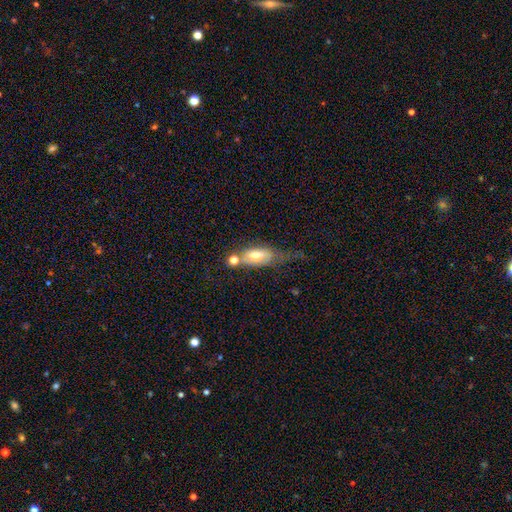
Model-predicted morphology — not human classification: A smooth galaxy with no disk features (53%) that is in between round and cigar-shaped (79%).

Vote fractions:
- Smooth or featured? smooth: 53% / featured or disk: 38% / star or artifact: 9%
- How rounded? in between: 79% / cigar-shaped: 14% / round: 7%
- Merging? none: 33% / merger: 24% / minor disturbance: 24% / major disturbance: 20%